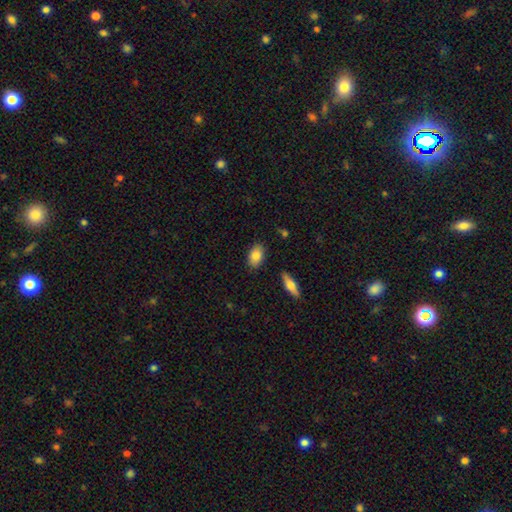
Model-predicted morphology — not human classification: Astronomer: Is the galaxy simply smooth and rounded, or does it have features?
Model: smooth — 84%.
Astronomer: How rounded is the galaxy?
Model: in between — 90%.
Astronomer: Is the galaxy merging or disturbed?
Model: none — 85%.